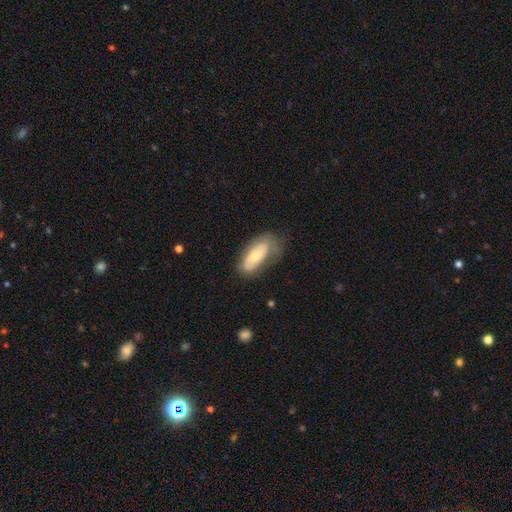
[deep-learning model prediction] A smooth galaxy with no disk features (63%) that is in between round and cigar-shaped (80%). Merging: none (53%).